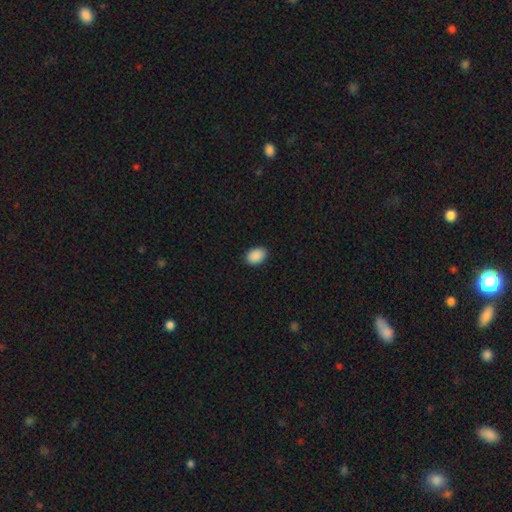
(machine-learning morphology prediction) Smooth or featured: smooth — 90% (star or artifact — 7%)
How rounded: in between — 81% (round — 18%)
Merging: none — 89% (minor disturbance — 8%)